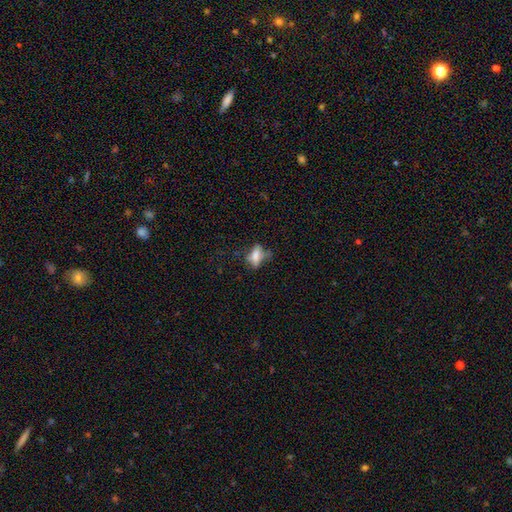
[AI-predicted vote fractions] smooth-or-featured: smooth: 59% | featured or disk: 27% | star or artifact: 14%
  how-rounded: in between: 73% | cigar-shaped: 19% | round: 8%
  merging: none: 42% | minor disturbance: 25% | major disturbance: 23% | merger: 9%